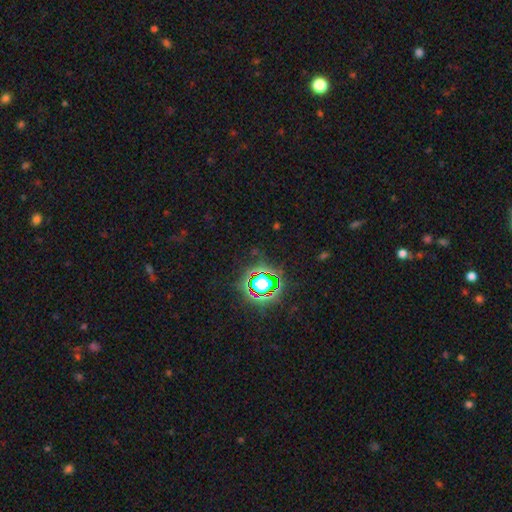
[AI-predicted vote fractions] Smooth or featured?
  - star or artifact: 79% *
  - smooth: 13%
  - featured or disk: 9%